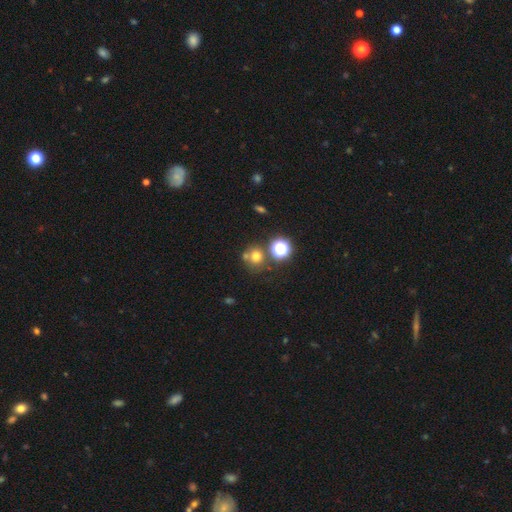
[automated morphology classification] This appears to be a smooth galaxy with no disk features (67%) that is round (86%). Merging: none (62%).